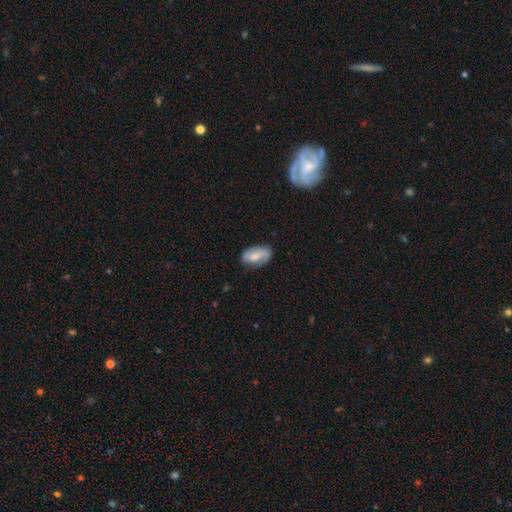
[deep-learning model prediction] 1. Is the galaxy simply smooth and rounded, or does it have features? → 55% smooth, 39% featured or disk, 7% star or artifact.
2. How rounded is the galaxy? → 91% in between, 6% round, 3% cigar-shaped.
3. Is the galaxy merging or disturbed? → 73% none, 20% minor disturbance, 5% major disturbance, 2% merger.